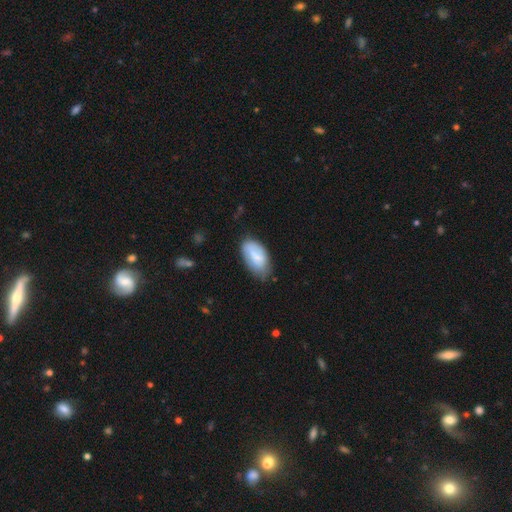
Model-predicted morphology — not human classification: Smooth or featured? smooth (66%)
How rounded? in between (94%)
Merging? none (59%)